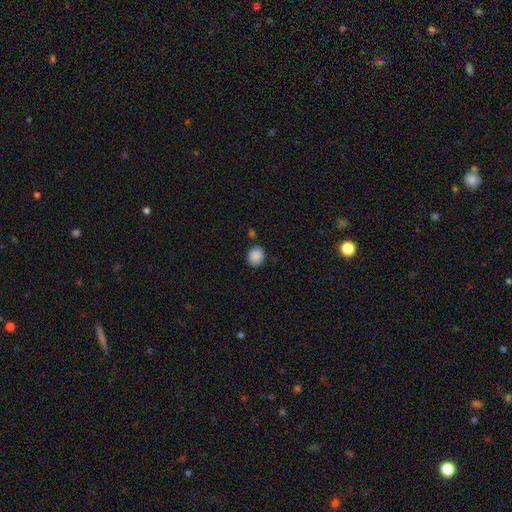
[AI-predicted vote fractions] This is clearly a smooth galaxy (89%). How rounded: likely round (70%). Merging: clearly none (84%).